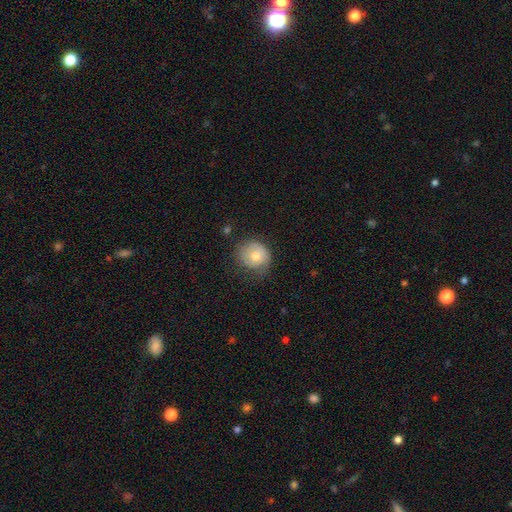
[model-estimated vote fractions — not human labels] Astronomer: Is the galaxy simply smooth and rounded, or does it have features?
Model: smooth — 70%.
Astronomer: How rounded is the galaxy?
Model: round — 82%.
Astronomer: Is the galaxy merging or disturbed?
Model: none — 57%.